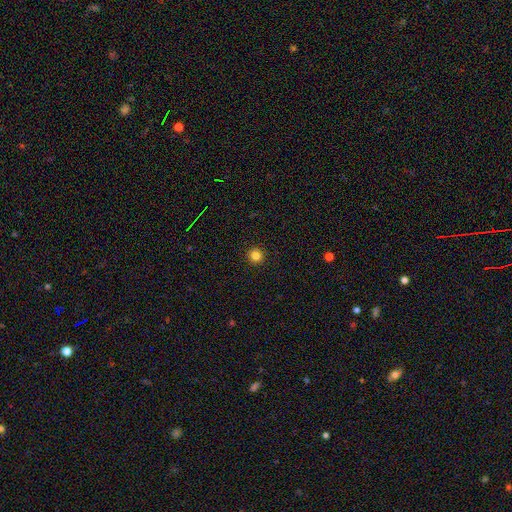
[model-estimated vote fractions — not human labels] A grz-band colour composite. It shows a smooth galaxy with no disk features (83%) that is round (95%). Merging: none (93%).